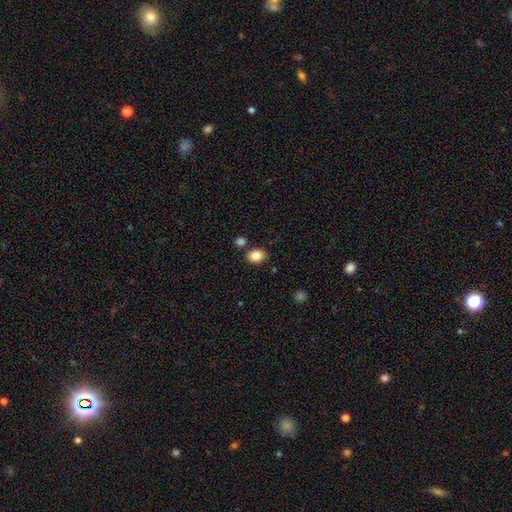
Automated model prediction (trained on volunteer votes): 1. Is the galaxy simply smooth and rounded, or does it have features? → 85% smooth, 9% star or artifact, 6% featured or disk.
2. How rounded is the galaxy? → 66% in between, 32% round, 1% cigar-shaped.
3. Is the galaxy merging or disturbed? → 80% none, 10% minor disturbance, 7% merger, 3% major disturbance.